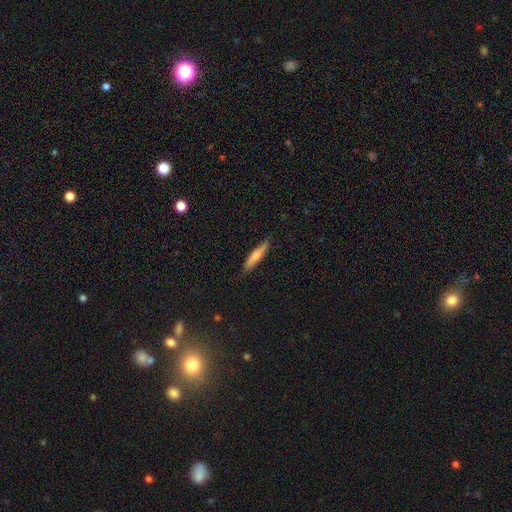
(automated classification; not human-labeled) smooth 56%, featured or disk 38%, star or artifact 6%. Down the decision tree: how rounded — cigar-shaped (87%); merging — none (87%).